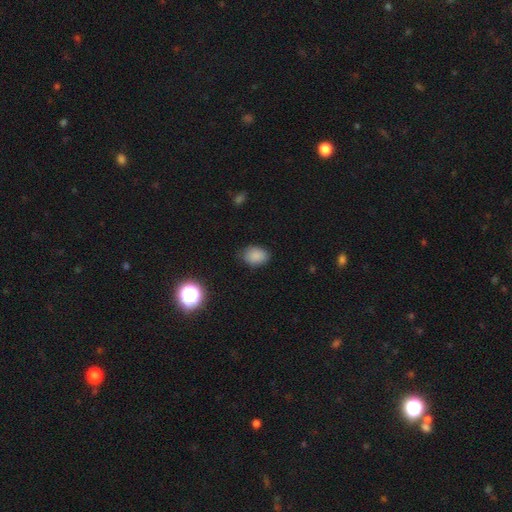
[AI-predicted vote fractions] smooth 85%, star or artifact 11%, featured or disk 4%. Down the decision tree: how rounded — in between (63%); merging — none (78%).